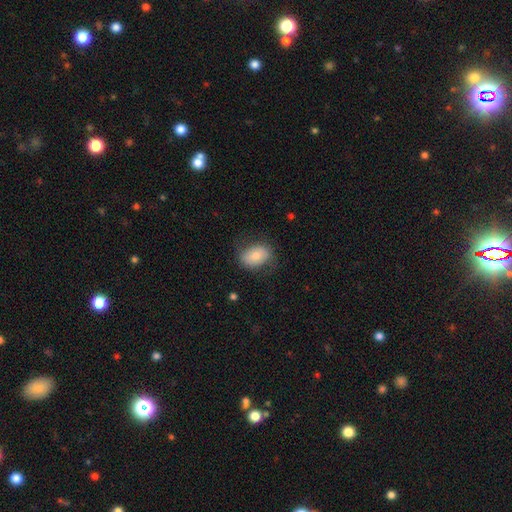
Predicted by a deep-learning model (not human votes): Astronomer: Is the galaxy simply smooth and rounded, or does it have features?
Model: smooth — 75%.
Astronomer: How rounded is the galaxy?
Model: in between — 77%.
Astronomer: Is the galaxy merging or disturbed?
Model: none — 73%.